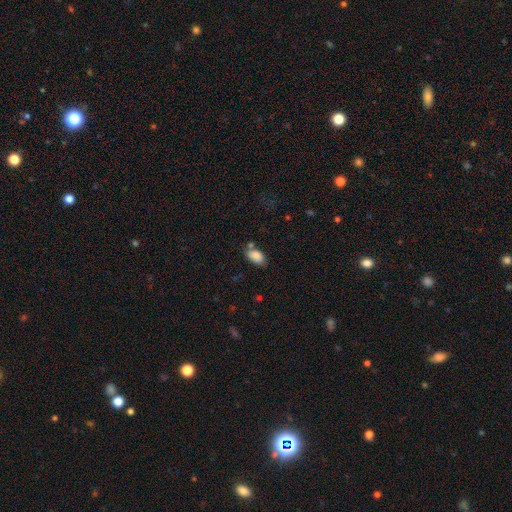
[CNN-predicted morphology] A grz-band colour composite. It shows a smooth galaxy with no disk features (86%) that is in between round and cigar-shaped (93%). Merging: none (63%).